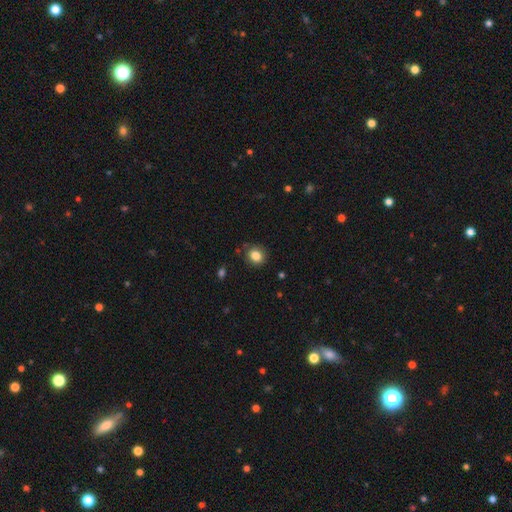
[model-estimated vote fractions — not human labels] Smooth or featured? smooth (84%)
How rounded? round (75%)
Merging? none (82%)